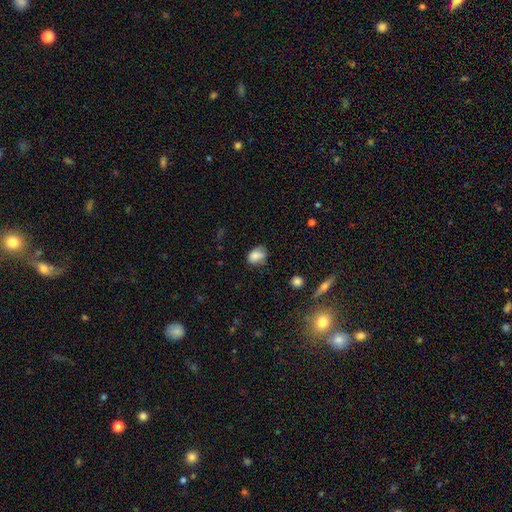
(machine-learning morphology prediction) smooth_or_featured: smooth (p=0.81) [alt: featured or disk p=0.10]
how_rounded: in between (p=0.74) [alt: round p=0.24]
merging: none (p=0.58) [alt: minor disturbance p=0.30]